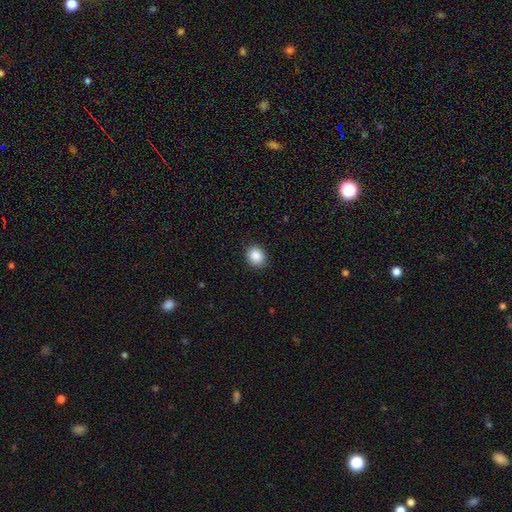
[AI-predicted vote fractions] A smooth galaxy with no disk features (88%) that is round (61%).

Vote fractions:
- Smooth or featured? smooth: 88% / star or artifact: 9% / featured or disk: 4%
- How rounded? round: 61% / in between: 38% / cigar-shaped: 1%
- Merging? none: 89% / minor disturbance: 8% / major disturbance: 2% / merger: 1%